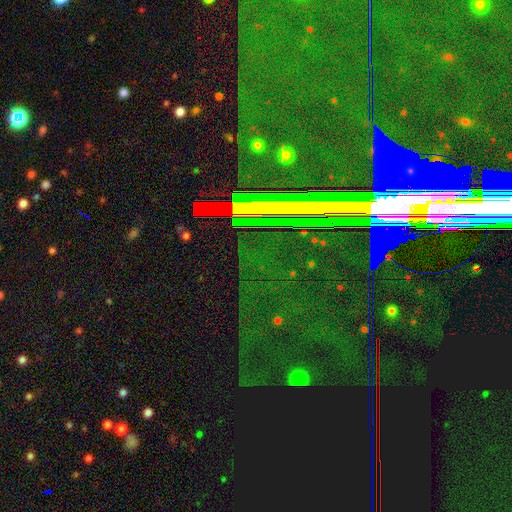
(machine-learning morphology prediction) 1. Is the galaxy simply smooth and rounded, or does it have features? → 75% star or artifact, 16% featured or disk, 9% smooth.